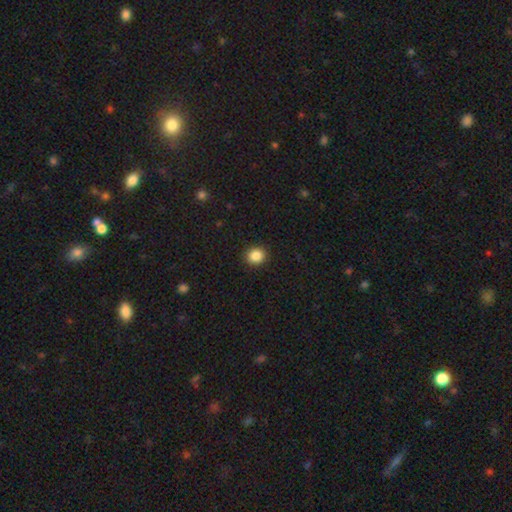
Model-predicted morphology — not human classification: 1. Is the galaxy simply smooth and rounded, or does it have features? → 87% smooth, 10% star or artifact, 3% featured or disk.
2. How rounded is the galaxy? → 81% round, 18% in between, 1% cigar-shaped.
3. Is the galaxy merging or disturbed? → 92% none, 6% minor disturbance, 2% major disturbance, 1% merger.